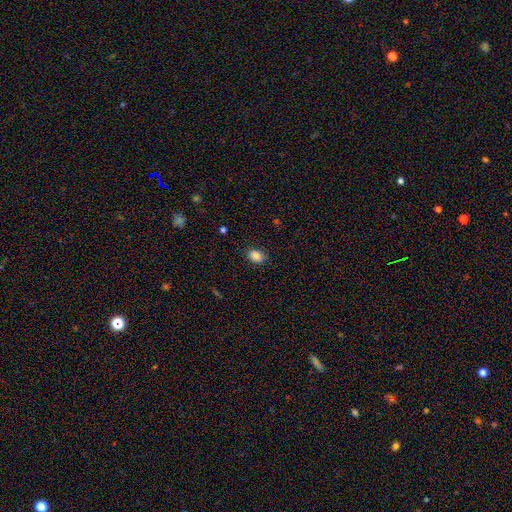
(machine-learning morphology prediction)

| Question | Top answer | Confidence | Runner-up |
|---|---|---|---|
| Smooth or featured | smooth | 86% | star or artifact (9%) |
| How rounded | in between | 71% | round (28%) |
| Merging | none | 85% | minor disturbance (11%) |